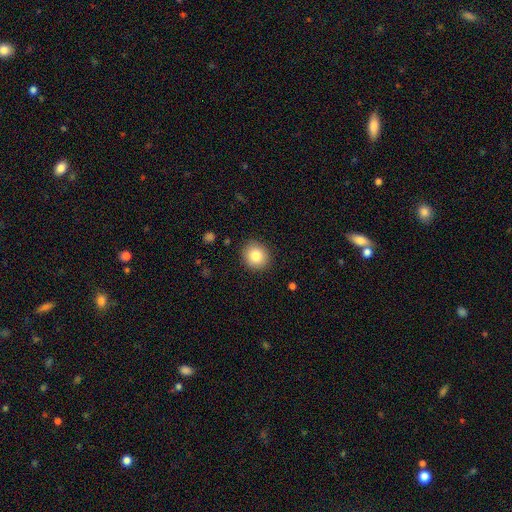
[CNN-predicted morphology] type=smooth (83%); roundness=round (81%); merging=none (90%).